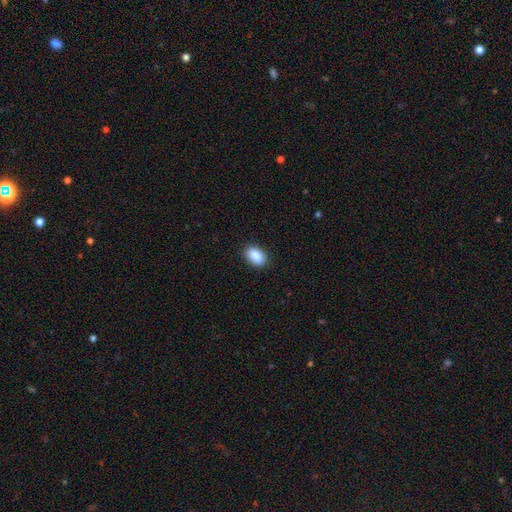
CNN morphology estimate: A smooth galaxy with no disk features (89%) that is in between round and cigar-shaped (88%).

Vote fractions:
- Smooth or featured? smooth: 89% / star or artifact: 7% / featured or disk: 4%
- How rounded? in between: 88% / round: 10% / cigar-shaped: 2%
- Merging? none: 88% / minor disturbance: 9% / major disturbance: 2% / merger: 1%